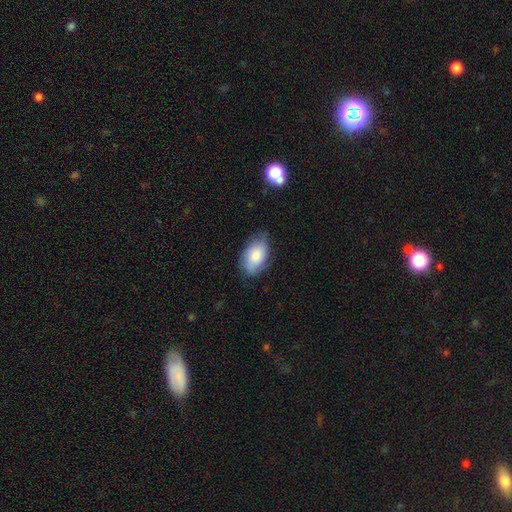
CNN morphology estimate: This is likely a smooth galaxy (76%). How rounded: clearly in between (92%). Merging: likely none (67%).